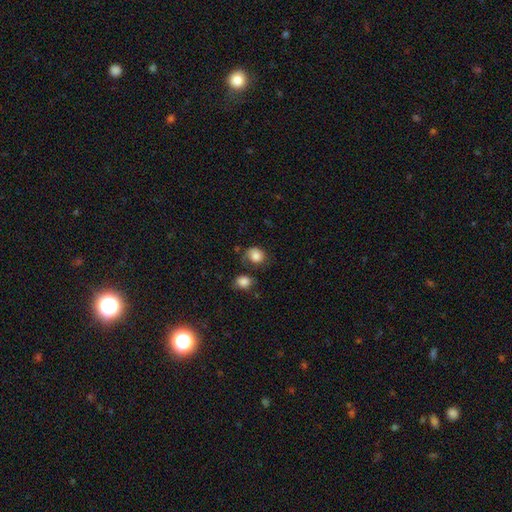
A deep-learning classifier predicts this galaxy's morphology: Smooth or featured?
  - smooth: 81% *
  - featured or disk: 10%
  - star or artifact: 9%
How rounded?
  - round: 60% *
  - in between: 39%
  - cigar-shaped: 1%
Merging?
  - none: 56% *
  - minor disturbance: 24%
  - merger: 11%
  - major disturbance: 10%